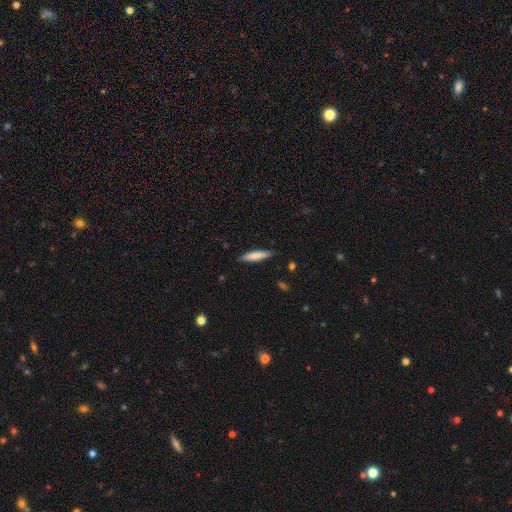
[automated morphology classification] Smooth or featured? smooth (79%)
How rounded? cigar-shaped (85%)
Merging? none (88%)